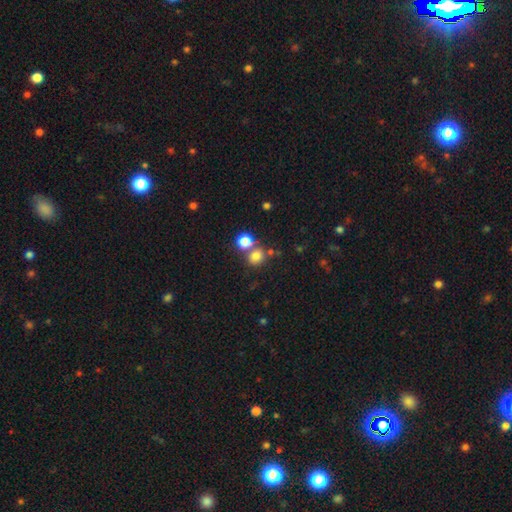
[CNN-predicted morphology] smooth-or-featured: smooth: 76% | star or artifact: 17% | featured or disk: 7%
  how-rounded: round: 71% | in between: 28% | cigar-shaped: 1%
  merging: none: 59% | merger: 28% | minor disturbance: 10% | major disturbance: 4%